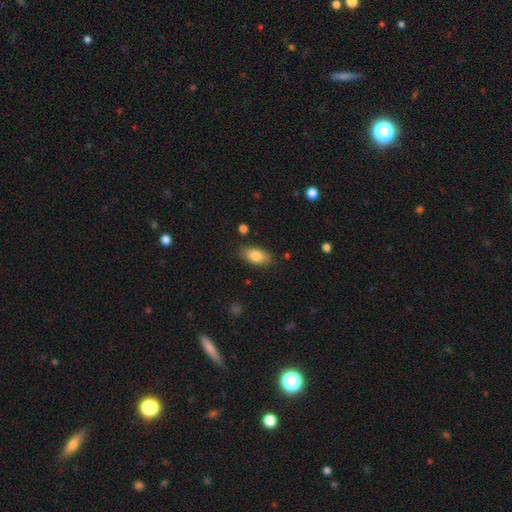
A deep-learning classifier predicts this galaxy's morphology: Smooth or featured? smooth (83%)
How rounded? in between (91%)
Merging? none (84%)